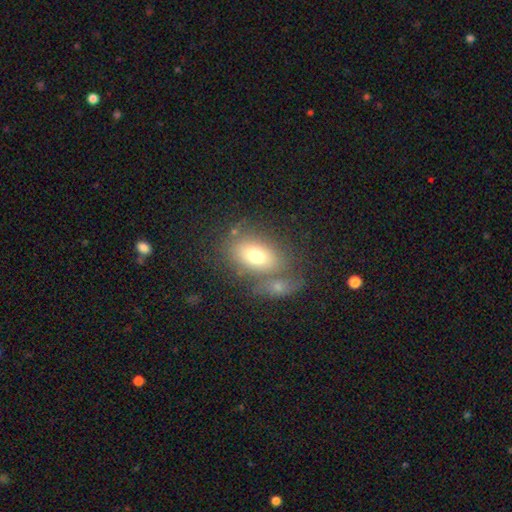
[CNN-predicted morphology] Smooth or featured? Predicted: smooth (p=0.71). How rounded? Predicted: in between (p=0.83). Merging? Predicted: none (p=0.55).